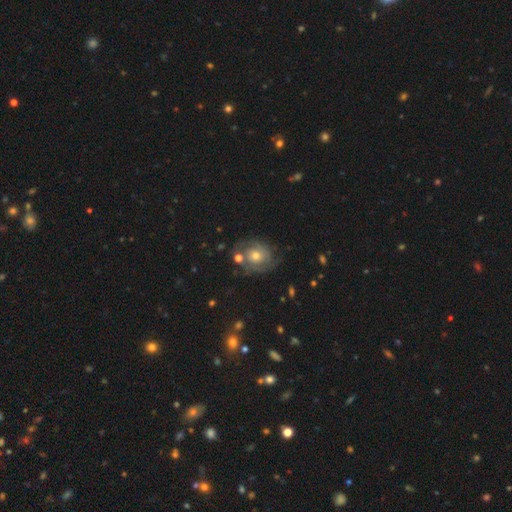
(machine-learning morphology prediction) A featured or disk galaxy (66%) with no bar (79%), 2 (47%) tight (56%) spiral arms (84%) and a moderate central bulge (64%).

Vote fractions:
- Smooth or featured? featured or disk: 66% / smooth: 24% / star or artifact: 10%
- Edge-on disk? no: 97% / yes: 3%
- Bar? no: 79% / weak: 18% / strong: 3%
- Spiral arms? yes: 84% / no: 16%
- Spiral winding? tight: 56% / medium: 33% / loose: 11%
- Spiral arm count? 2: 47% / can't tell: 31% / 3: 10% / 1: 5% / 4: 4% / more than 4: 3%
- Bulge size? moderate: 64% / small: 27% / large: 7% / none: 2% / dominant: 1%
- Merging? none: 67% / minor disturbance: 18% / major disturbance: 9% / merger: 5%